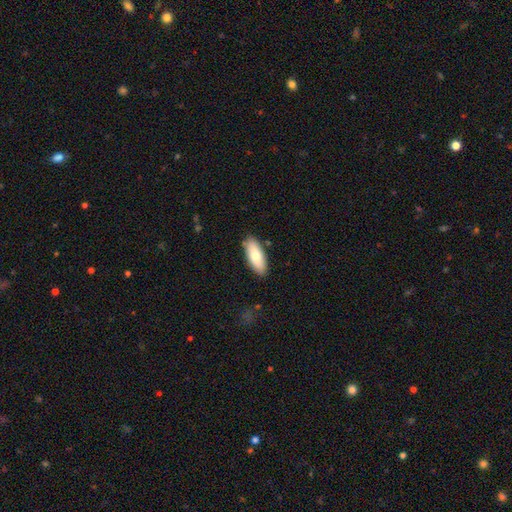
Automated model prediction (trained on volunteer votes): Morphology: type=smooth (75%); roundness=in between (78%); merging=none (85%).